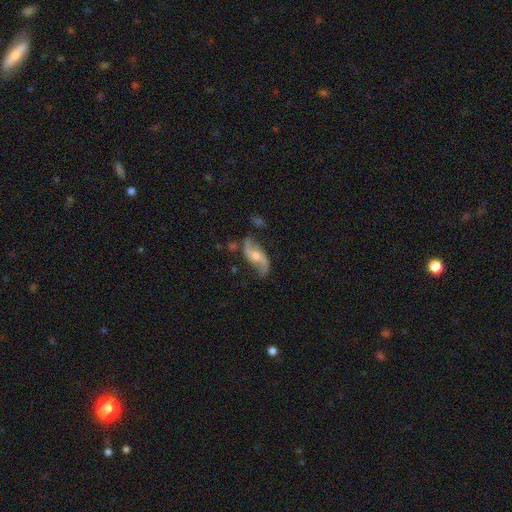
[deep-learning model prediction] Morphology: type=featured or disk (79%); edge-on=no (92%); bar=no (47%); spiral arms=yes (93%); winding=loose (81%); arm count=2 (91%); bulge=moderate (60%); merging=none (68%).